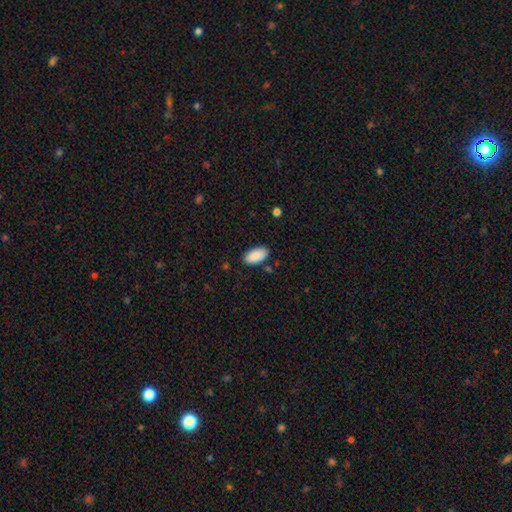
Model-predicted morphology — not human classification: Smooth or featured: smooth — 89% (star or artifact — 6%)
How rounded: in between — 95% (cigar-shaped — 3%)
Merging: none — 85% (minor disturbance — 11%)